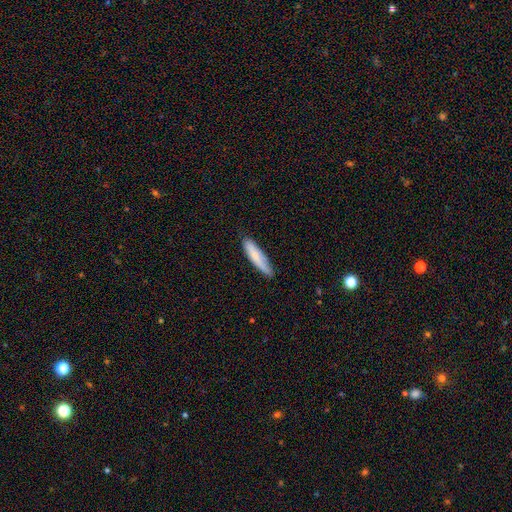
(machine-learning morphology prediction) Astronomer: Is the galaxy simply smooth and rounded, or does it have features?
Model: smooth — 75%.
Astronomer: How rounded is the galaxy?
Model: cigar-shaped — 78%.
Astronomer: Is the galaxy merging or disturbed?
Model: none — 76%.